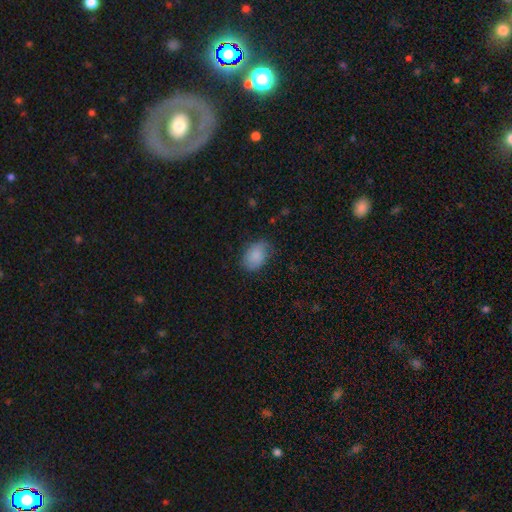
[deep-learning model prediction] A smooth galaxy with no disk features (84%) that is in between round and cigar-shaped (81%).

Vote fractions:
- Smooth or featured? smooth: 84% / featured or disk: 9% / star or artifact: 7%
- How rounded? in between: 81% / round: 17% / cigar-shaped: 1%
- Merging? none: 67% / minor disturbance: 25% / major disturbance: 6% / merger: 1%